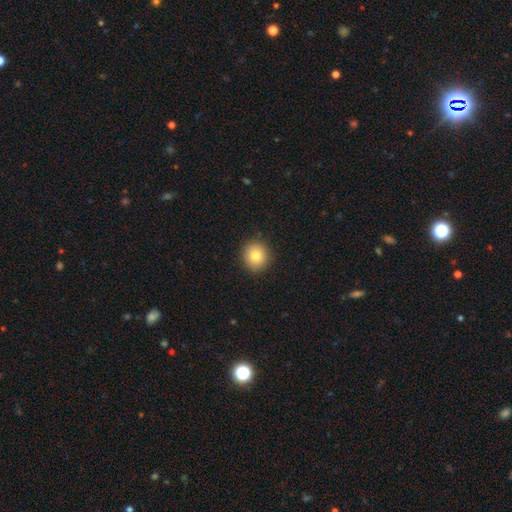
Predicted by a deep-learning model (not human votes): smooth 82%, star or artifact 10%, featured or disk 8%. Down the decision tree: how rounded — round (89%); merging — none (90%).